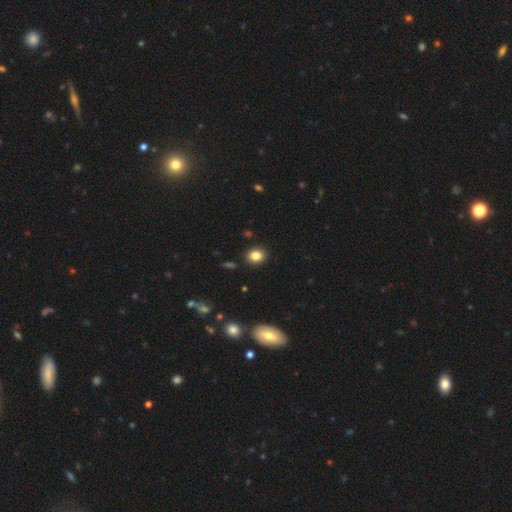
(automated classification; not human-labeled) Overall: smooth (84%). How rounded: round (65%; in between 34%). Merging: none (90%).